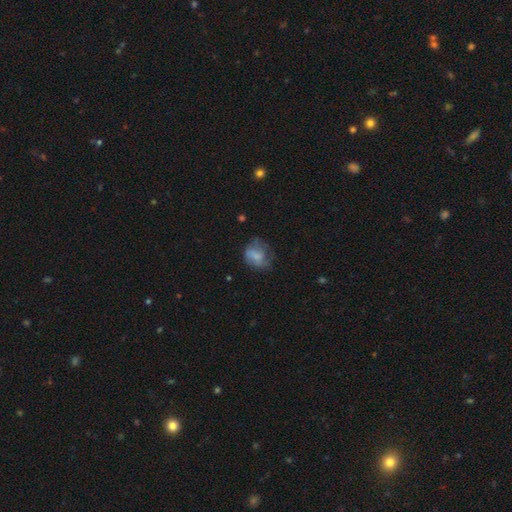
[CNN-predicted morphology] smooth 60%, featured or disk 30%, star or artifact 10%. Down the decision tree: how rounded — round (53%); merging — none (47%).